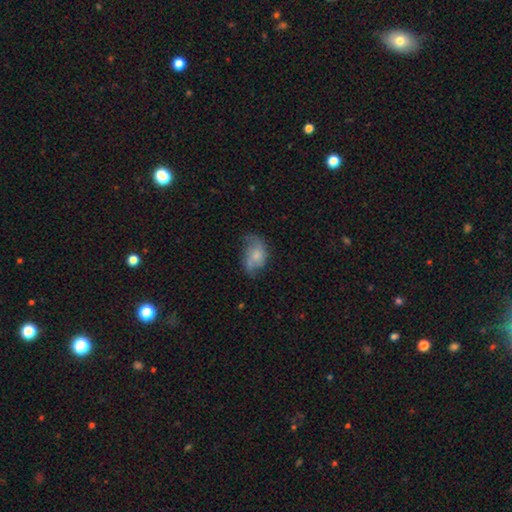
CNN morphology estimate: type=smooth (49%); merging=none (42%).